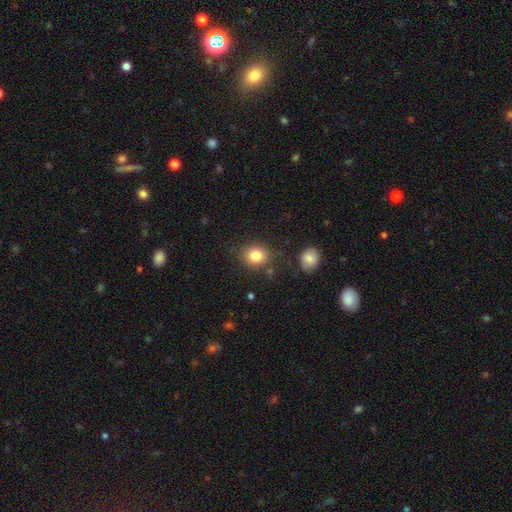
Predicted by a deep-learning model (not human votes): The model was most divided on "how rounded": round: 79%, in between: 20%, cigar-shaped: 1%. More confident: smooth or featured — smooth (83%); merging — none (82%).